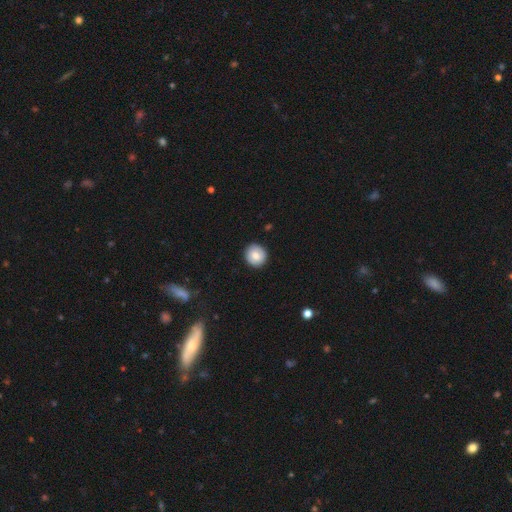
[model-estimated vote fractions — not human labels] smooth-or-featured: smooth: 79% | featured or disk: 14% | star or artifact: 8%
  how-rounded: round: 93% | in between: 6% | cigar-shaped: 1%
  merging: none: 91% | minor disturbance: 7% | major disturbance: 2% | merger: 1%